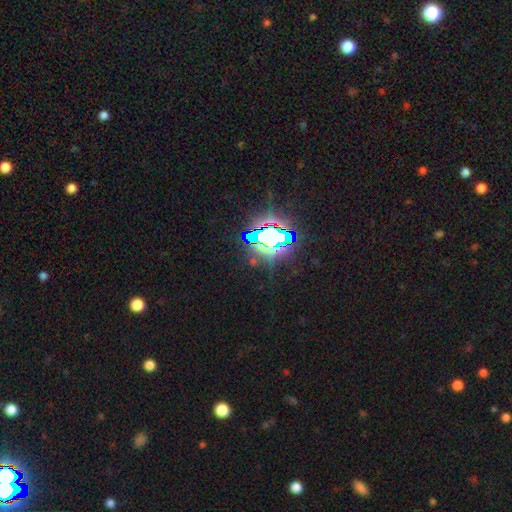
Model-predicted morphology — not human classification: A star or artifact, not a galaxy (84%).